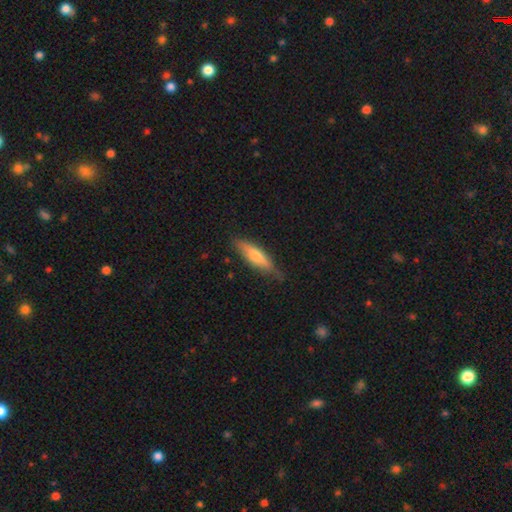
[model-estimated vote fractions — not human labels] Smooth or featured? Predicted: smooth (p=0.55). How rounded? Predicted: cigar-shaped (p=0.67). Merging? Predicted: none (p=0.75).